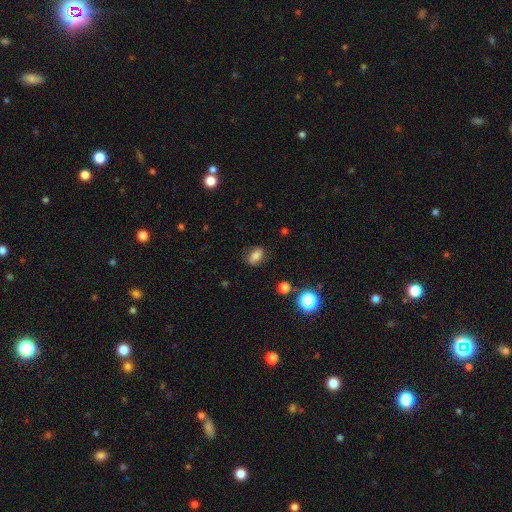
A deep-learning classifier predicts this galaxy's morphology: type=smooth (76%); roundness=in between (78%); merging=none (78%).